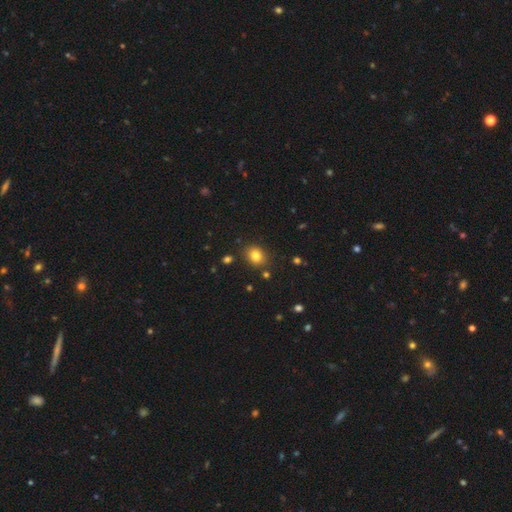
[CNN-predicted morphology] type=smooth (81%); roundness=round (59%); merging=none (85%).